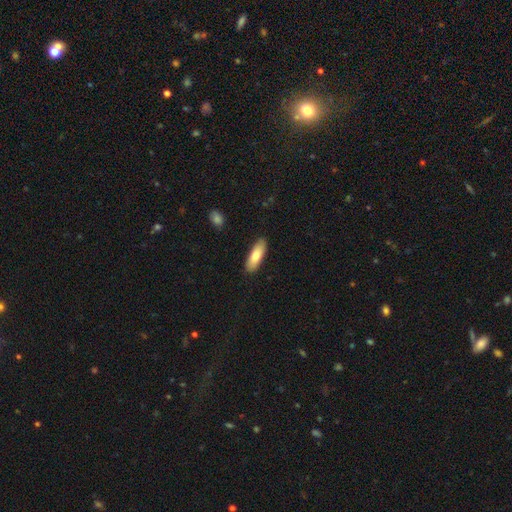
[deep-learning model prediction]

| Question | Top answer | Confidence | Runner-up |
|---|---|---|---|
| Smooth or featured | smooth | 79% | featured or disk (15%) |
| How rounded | in between | 59% | cigar-shaped (39%) |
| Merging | none | 89% | minor disturbance (8%) |